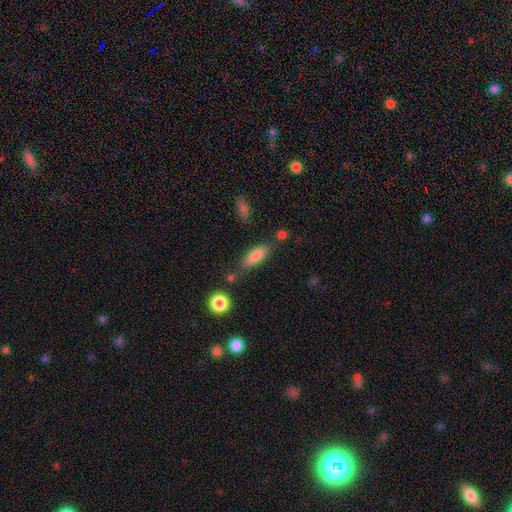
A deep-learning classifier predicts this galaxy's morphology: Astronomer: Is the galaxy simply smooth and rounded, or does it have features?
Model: smooth — 84%.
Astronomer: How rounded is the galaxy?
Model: in between — 70%.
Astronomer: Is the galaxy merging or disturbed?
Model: none — 66%.